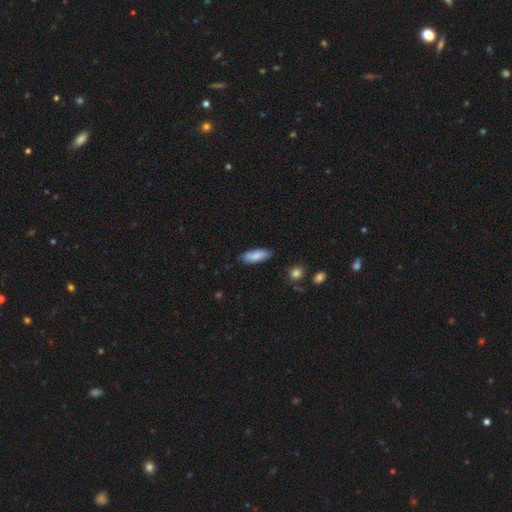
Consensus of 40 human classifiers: Smooth or featured? 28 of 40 (70%) said smooth. How rounded? 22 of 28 (79%) said in between. Merging? 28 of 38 (74%) said none.